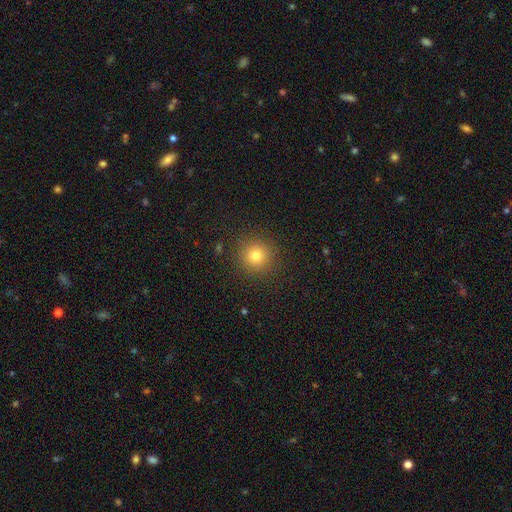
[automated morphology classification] This is likely a smooth galaxy (78%). How rounded: clearly round (94%). Merging: clearly none (90%).